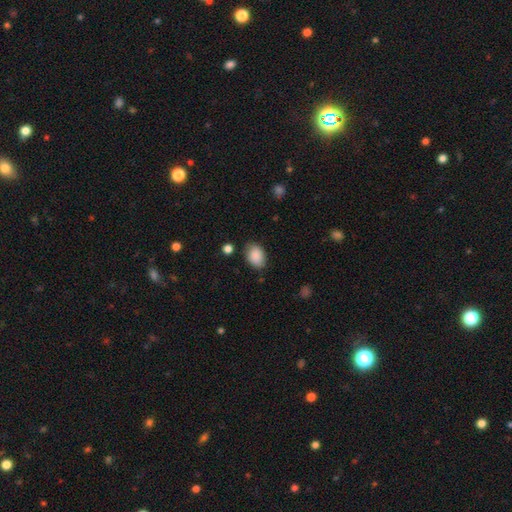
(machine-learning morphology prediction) Smooth or featured?
  - smooth: 89% *
  - star or artifact: 7%
  - featured or disk: 4%
How rounded?
  - in between: 80% *
  - round: 19%
  - cigar-shaped: 1%
Merging?
  - none: 78% *
  - minor disturbance: 16%
  - major disturbance: 4%
  - merger: 2%